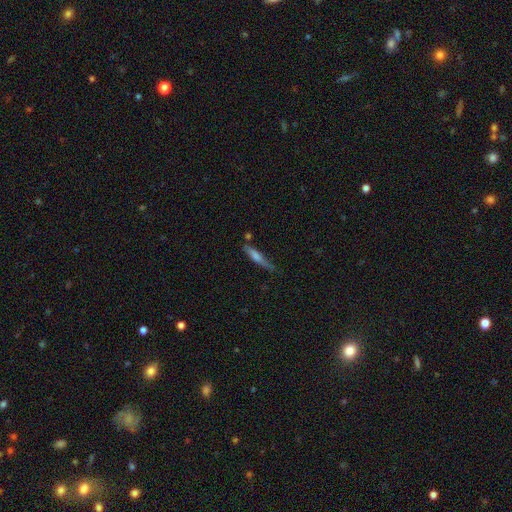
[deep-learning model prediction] Morphology: type=featured or disk (49%); merging=none (67%).